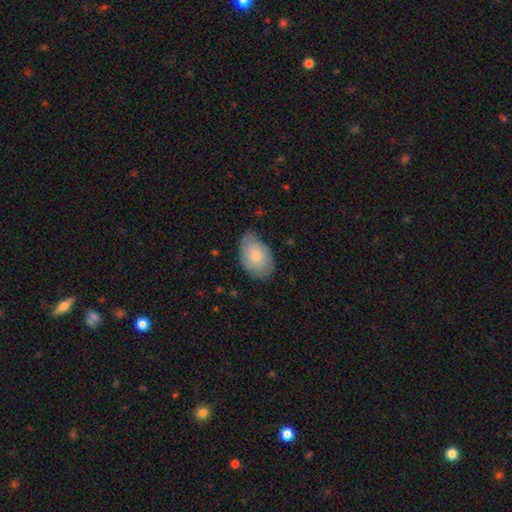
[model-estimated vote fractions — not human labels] This is likely a smooth galaxy (78%). How rounded: clearly in between (89%). Merging: likely none (66%).